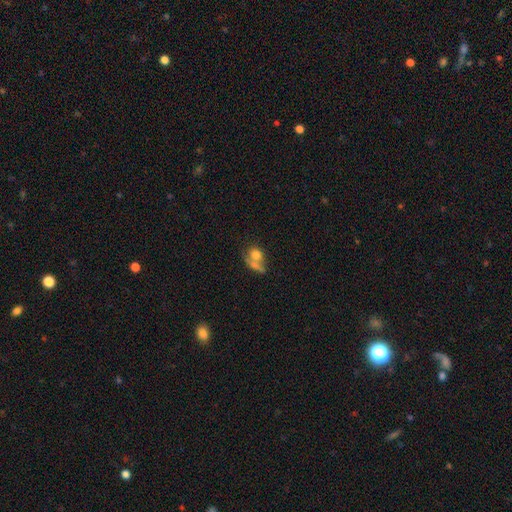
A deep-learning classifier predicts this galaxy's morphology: Smooth or featured? smooth (72%)
How rounded? round (53%)
Merging? merger (47%)